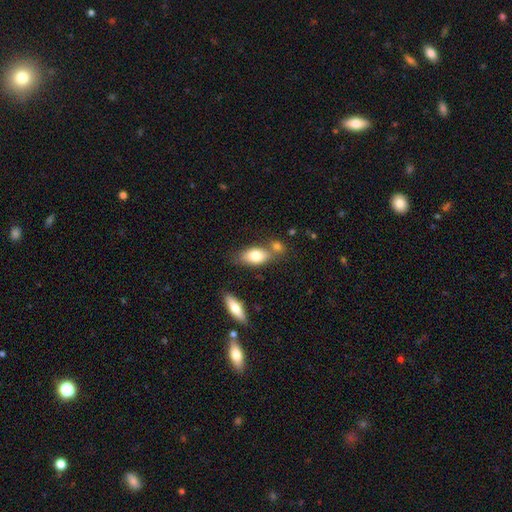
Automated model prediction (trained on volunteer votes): smooth_or_featured: smooth (p=0.79) [alt: featured or disk p=0.15]
how_rounded: in between (p=0.87) [alt: cigar-shaped p=0.07]
merging: none (p=0.54) [alt: merger p=0.26]